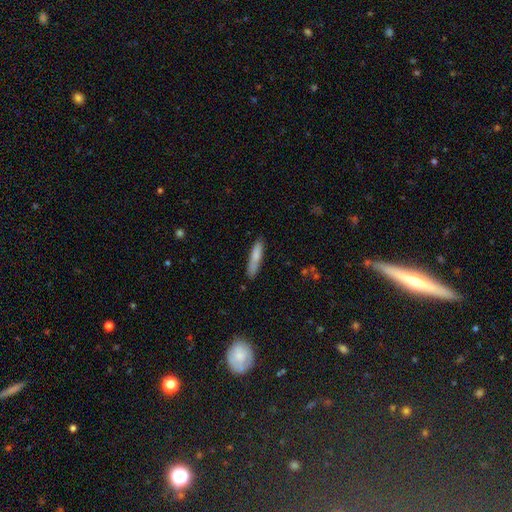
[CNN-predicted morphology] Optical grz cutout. It shows a smooth galaxy with no disk features (78%) that is cigar-shaped (85%). Merging: none (80%).